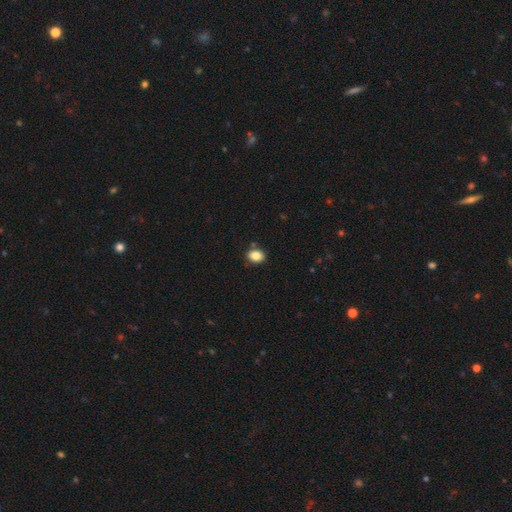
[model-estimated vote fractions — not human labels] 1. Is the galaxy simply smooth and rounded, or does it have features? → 85% smooth, 9% star or artifact, 6% featured or disk.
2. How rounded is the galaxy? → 61% in between, 38% round, 1% cigar-shaped.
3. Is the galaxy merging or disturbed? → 84% none, 11% minor disturbance, 3% merger, 2% major disturbance.